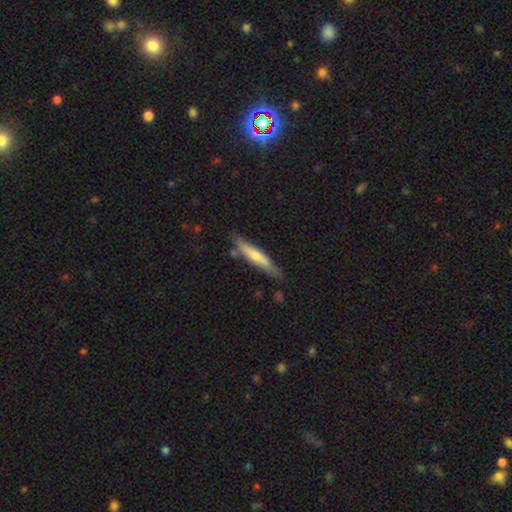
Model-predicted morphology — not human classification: smooth_or_featured: smooth (p=0.62) [alt: featured or disk p=0.32]
how_rounded: cigar-shaped (p=0.88) [alt: in between p=0.10]
merging: none (p=0.76) [alt: minor disturbance p=0.17]